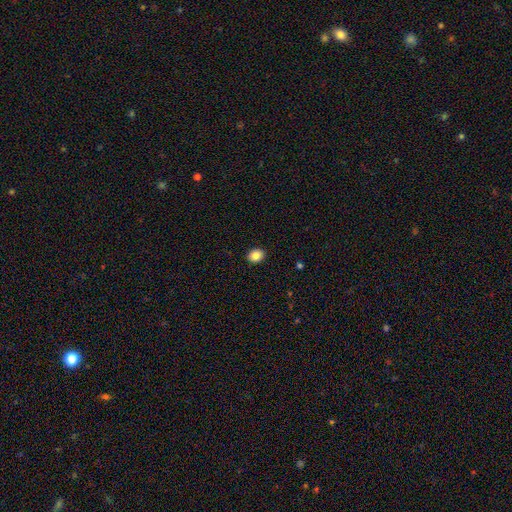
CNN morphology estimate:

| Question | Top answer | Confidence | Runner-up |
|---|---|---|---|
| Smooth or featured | smooth | 87% | star or artifact (9%) |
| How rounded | round | 52% | in between (47%) |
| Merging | none | 91% | minor disturbance (6%) |